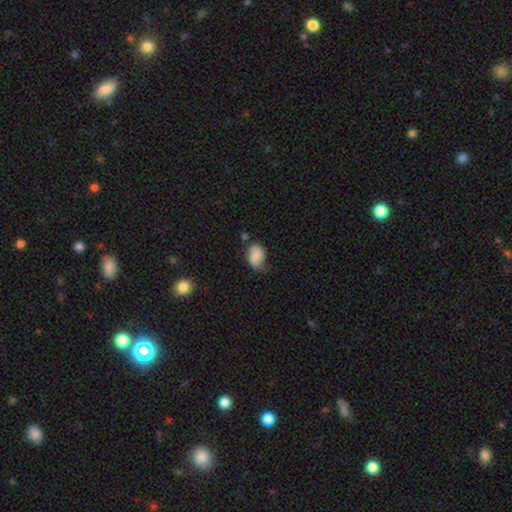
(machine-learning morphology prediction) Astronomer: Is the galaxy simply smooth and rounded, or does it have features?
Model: smooth — 80%.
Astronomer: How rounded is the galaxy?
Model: in between — 79%.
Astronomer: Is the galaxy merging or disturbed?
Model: none — 47% (runner-up: minor disturbance, 37%).